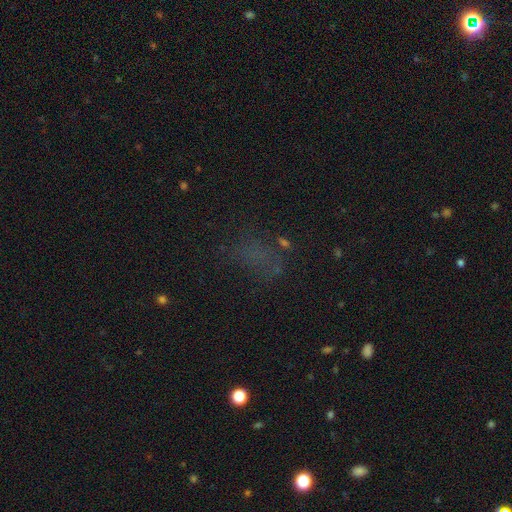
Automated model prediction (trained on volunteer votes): Smooth or featured?
  - smooth: 43% *
  - star or artifact: 40%
  - featured or disk: 17%
Merging?
  - none: 54% *
  - major disturbance: 23%
  - minor disturbance: 18%
  - merger: 5%